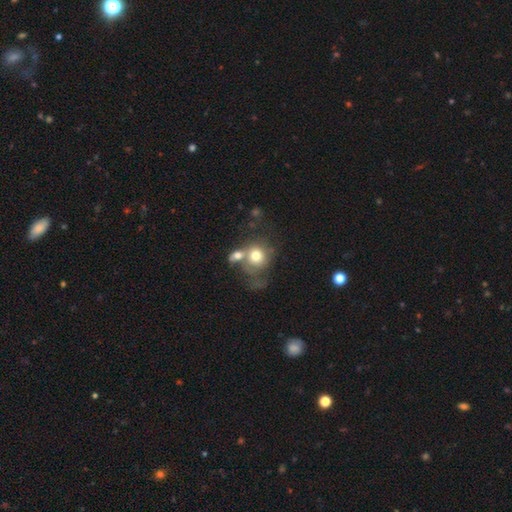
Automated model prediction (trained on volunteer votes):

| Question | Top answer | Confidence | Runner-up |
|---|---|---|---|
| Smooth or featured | smooth | 70% | featured or disk (20%) |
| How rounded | round | 75% | in between (24%) |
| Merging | merger | 46% | none (28%) |